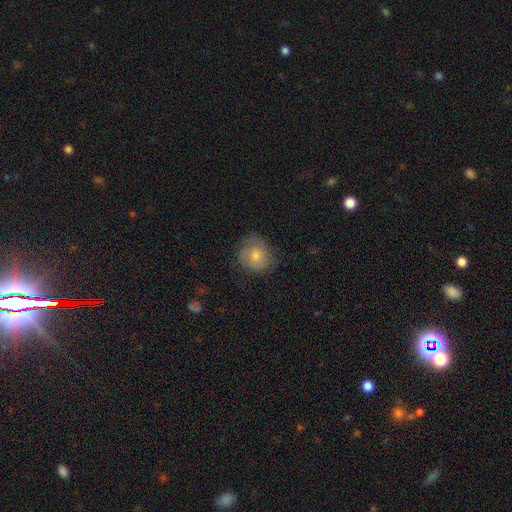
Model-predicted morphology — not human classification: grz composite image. It shows a smooth galaxy with no disk features (67%) that is round (82%). Merging: none (72%).